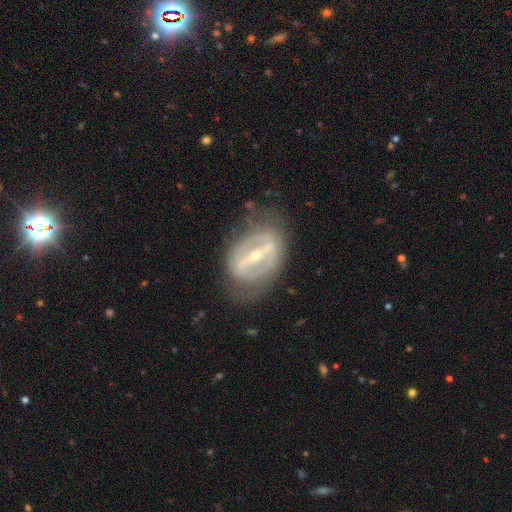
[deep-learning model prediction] This is clearly a featured or disk galaxy (82%). It is clearly not viewed edge-on (90%). Bar: likely strong (79%). Spiral arm pattern: possibly no (59%). Central bulge: possibly small (60%). Merging: likely none (69%).